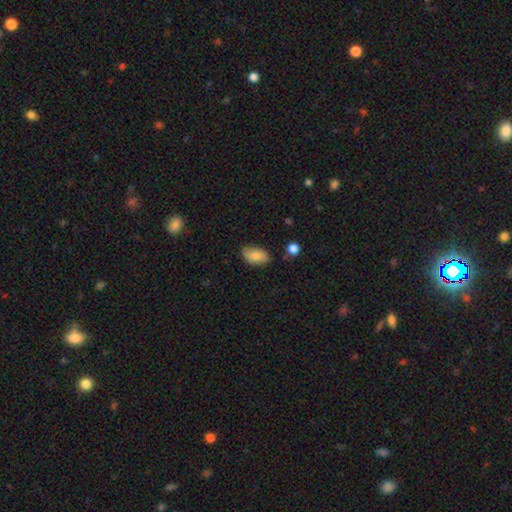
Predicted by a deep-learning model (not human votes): This appears to be a smooth galaxy with no disk features (83%) that is in between round and cigar-shaped (93%). Merging: none (75%).